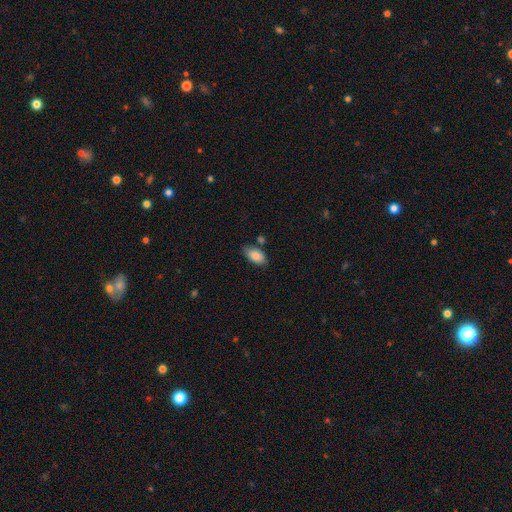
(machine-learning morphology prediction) The model was most divided on "merging": none: 74%, minor disturbance: 16%, merger: 7%, major disturbance: 3%. More confident: how rounded — in between (94%); smooth or featured — smooth (86%).